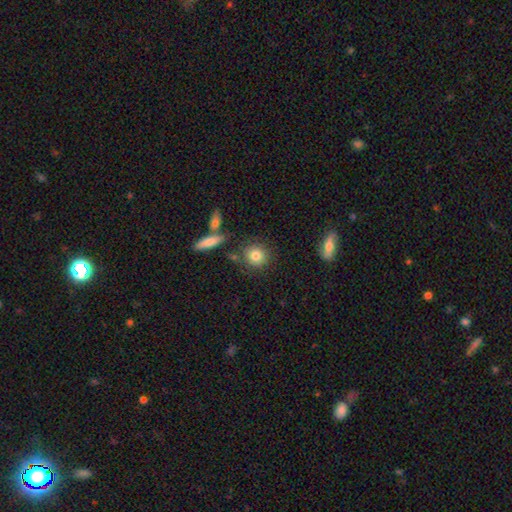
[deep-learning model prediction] Smooth or featured?
  - smooth: 81% *
  - featured or disk: 9%
  - star or artifact: 9%
How rounded?
  - round: 85% *
  - in between: 14%
  - cigar-shaped: 2%
Merging?
  - none: 78% *
  - minor disturbance: 10%
  - merger: 9%
  - major disturbance: 3%